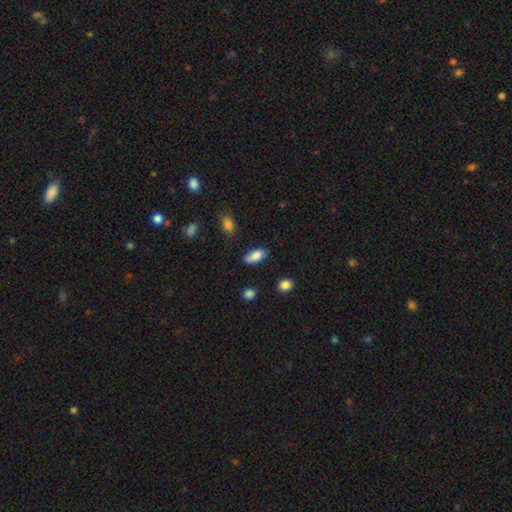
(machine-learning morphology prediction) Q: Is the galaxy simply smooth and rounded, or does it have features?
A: smooth — 81%.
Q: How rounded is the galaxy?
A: in between — 87%.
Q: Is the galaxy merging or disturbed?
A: none — 71%.